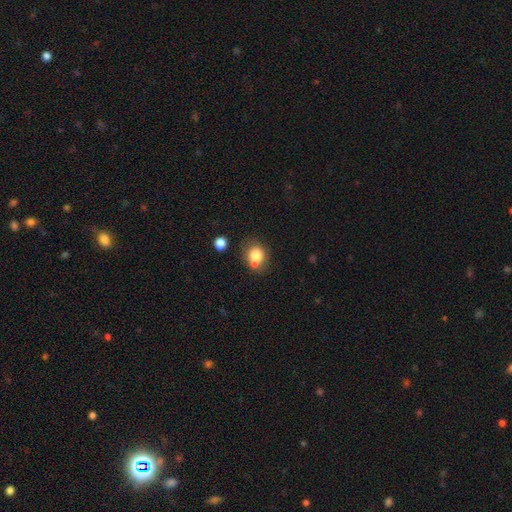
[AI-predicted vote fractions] Smooth or featured?
  - smooth: 78% *
  - featured or disk: 11%
  - star or artifact: 11%
How rounded?
  - round: 73% *
  - in between: 27%
  - cigar-shaped: 1%
Merging?
  - none: 50% *
  - merger: 28%
  - minor disturbance: 16%
  - major disturbance: 6%